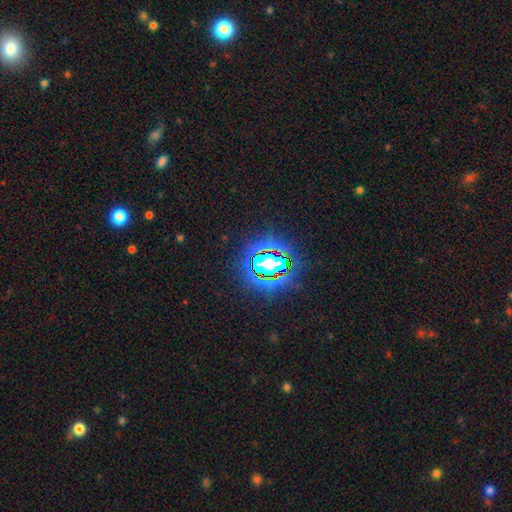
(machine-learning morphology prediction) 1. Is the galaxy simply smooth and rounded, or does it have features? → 76% star or artifact, 14% smooth, 10% featured or disk.